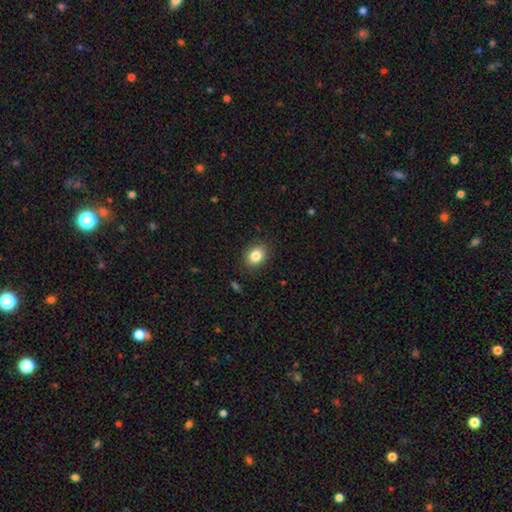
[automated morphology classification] This appears to be a smooth galaxy with no disk features (84%) that is in between round and cigar-shaped (60%). Merging: none (88%).